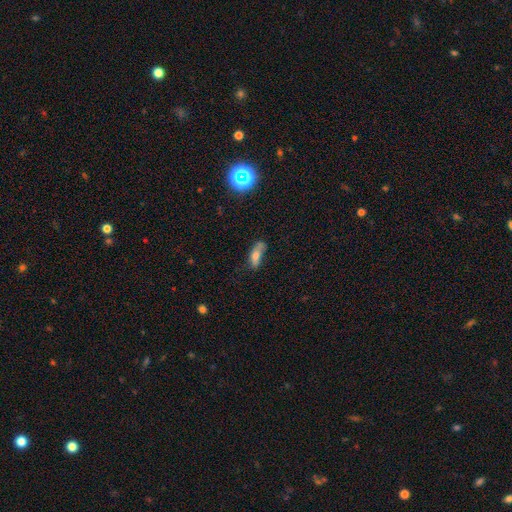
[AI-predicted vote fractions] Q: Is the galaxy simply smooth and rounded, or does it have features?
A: smooth — 63%.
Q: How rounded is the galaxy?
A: in between — 64%.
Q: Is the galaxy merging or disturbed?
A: none — 44%.